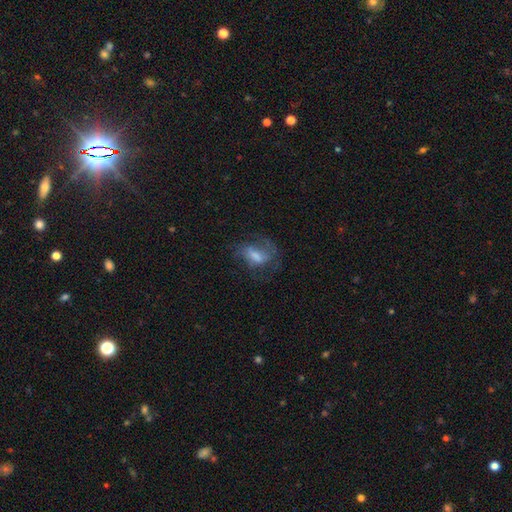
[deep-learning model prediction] Overall: featured or disk (53%; smooth 34%). Edge-on disk: no (93%). Merging: none (51%; major disturbance 26%).